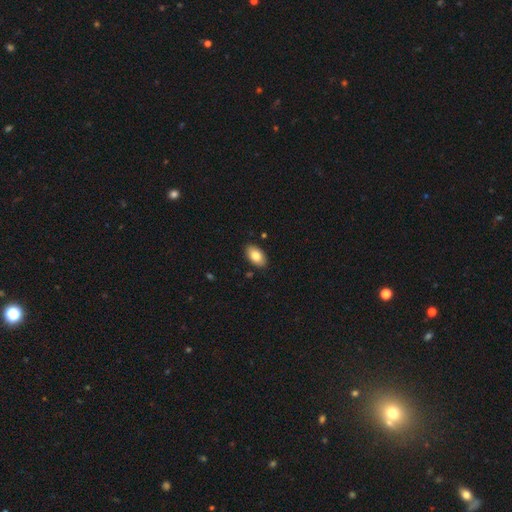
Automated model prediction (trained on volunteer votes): smooth 81%, featured or disk 12%, star or artifact 7%. Down the decision tree: how rounded — in between (94%); merging — none (89%).